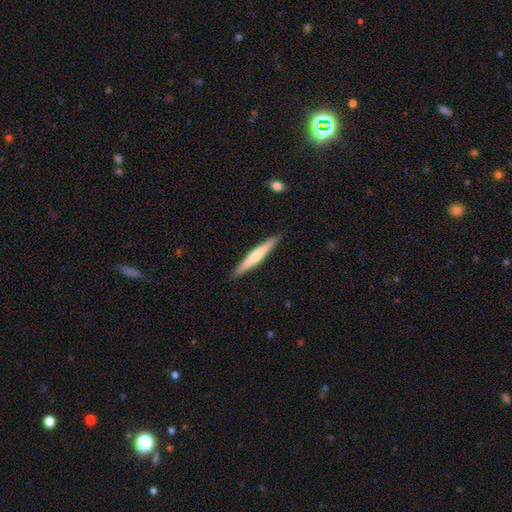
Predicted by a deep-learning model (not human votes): Overall: smooth (49%; featured or disk 46%). Merging: none (91%).